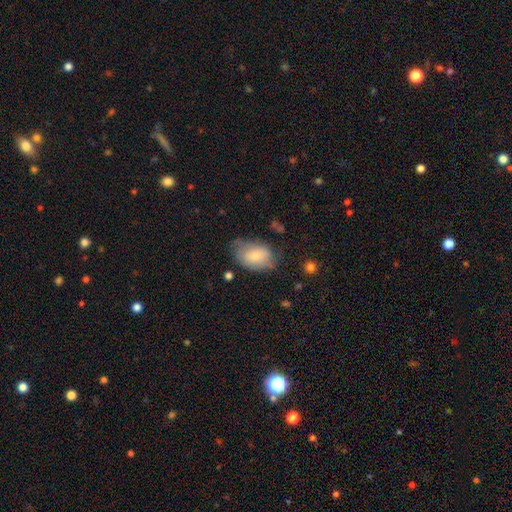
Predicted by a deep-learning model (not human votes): smooth-or-featured: smooth: 75% | featured or disk: 18% | star or artifact: 7%
  how-rounded: in between: 86% | round: 13% | cigar-shaped: 1%
  merging: none: 52% | minor disturbance: 33% | major disturbance: 12% | merger: 2%